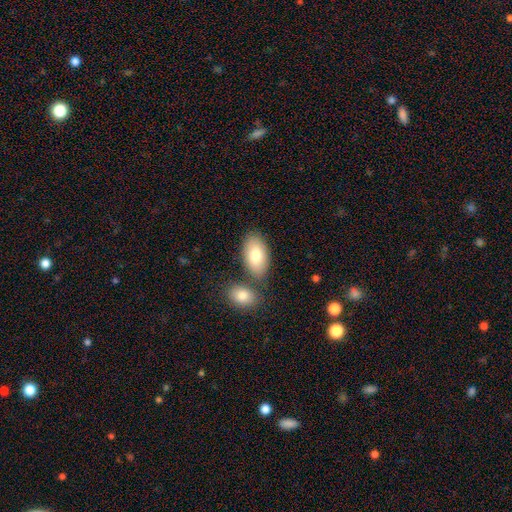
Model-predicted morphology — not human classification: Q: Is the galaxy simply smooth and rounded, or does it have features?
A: smooth — 80%.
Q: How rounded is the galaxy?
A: in between — 94%.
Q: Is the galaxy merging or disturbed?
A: none — 70%.